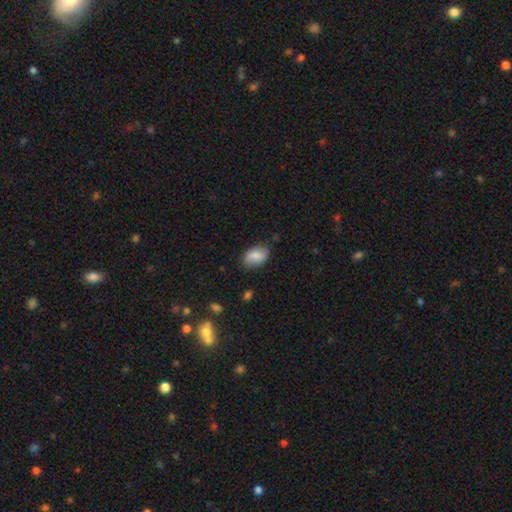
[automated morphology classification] Smooth or featured? Predicted: smooth (p=0.81). How rounded? Predicted: in between (p=0.89). Merging? Predicted: none (p=0.79).